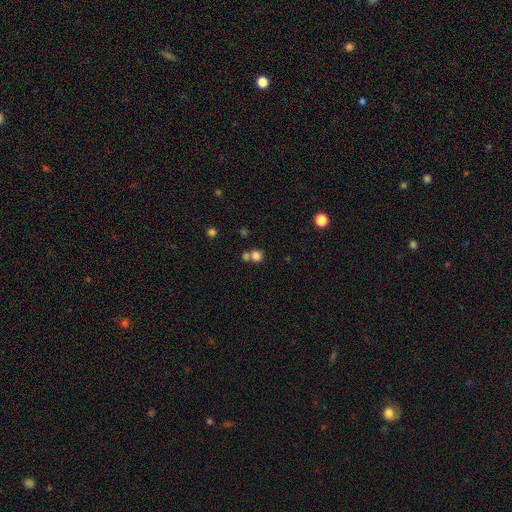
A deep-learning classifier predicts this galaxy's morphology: Smooth or featured? smooth (79%)
How rounded? round (79%)
Merging? none (50%)